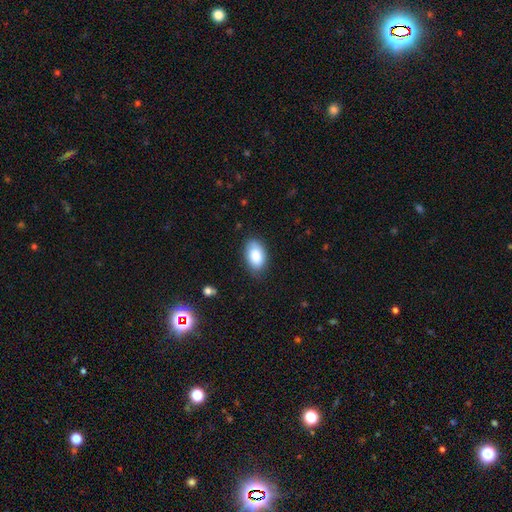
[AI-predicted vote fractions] A smooth galaxy with no disk features (87%) that is in between round and cigar-shaped (94%). Merging: none (81%).